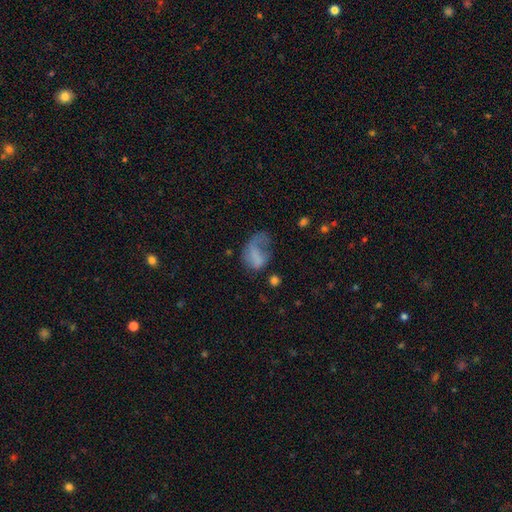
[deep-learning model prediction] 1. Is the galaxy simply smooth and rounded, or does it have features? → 57% smooth, 31% featured or disk, 11% star or artifact.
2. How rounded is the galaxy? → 81% in between, 17% round, 2% cigar-shaped.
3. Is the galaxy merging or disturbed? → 50% major disturbance, 23% none, 22% minor disturbance, 5% merger.